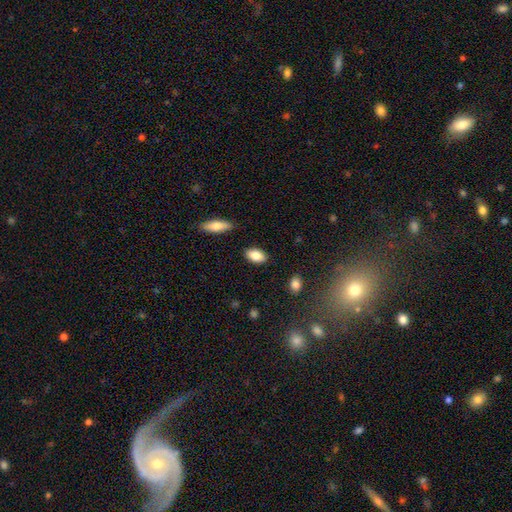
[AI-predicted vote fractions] A smooth galaxy with no disk features (84%) that is in between round and cigar-shaped (91%). Merging: none (87%).